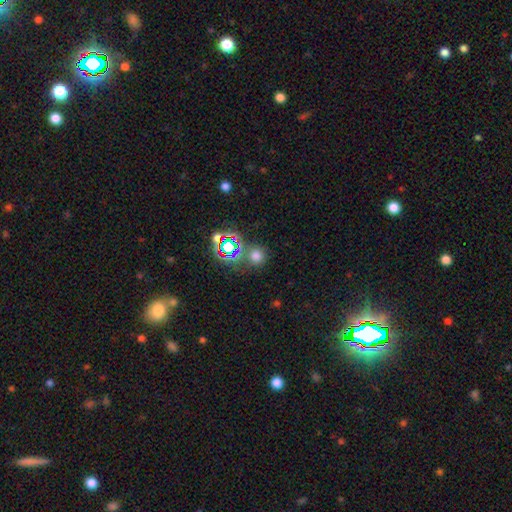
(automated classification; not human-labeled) A smooth galaxy with no disk features (64%) that is round (88%).

Vote fractions:
- Smooth or featured? smooth: 64% / star or artifact: 30% / featured or disk: 6%
- How rounded? round: 88% / in between: 11% / cigar-shaped: 1%
- Merging? none: 74% / merger: 12% / minor disturbance: 10% / major disturbance: 4%